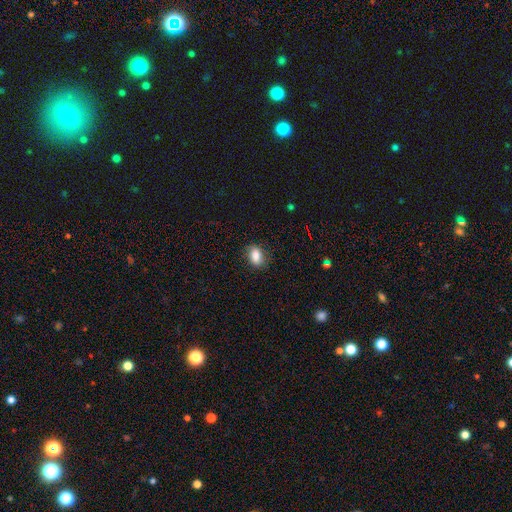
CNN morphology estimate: Overall: smooth (81%). How rounded: in between (78%). Merging: none (80%).